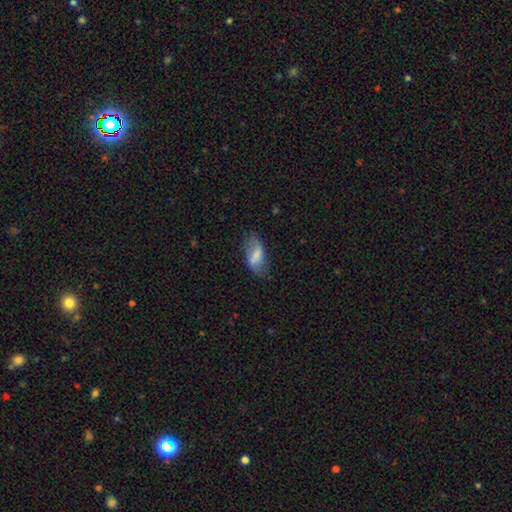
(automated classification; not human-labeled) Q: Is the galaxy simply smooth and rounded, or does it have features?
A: smooth — 55%.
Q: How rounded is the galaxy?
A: in between — 87%.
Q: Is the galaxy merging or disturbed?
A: none — 62%.